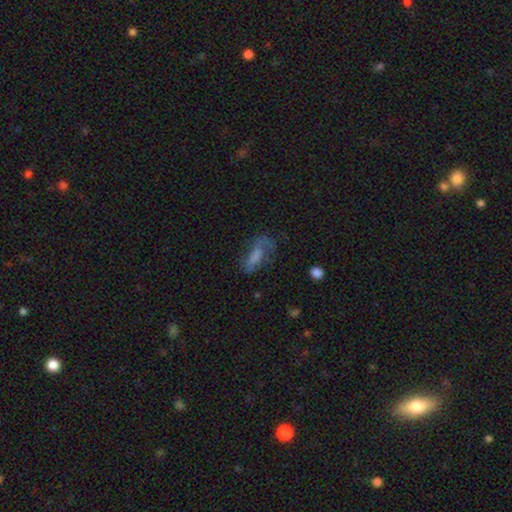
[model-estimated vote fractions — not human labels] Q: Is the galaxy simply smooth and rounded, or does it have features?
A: smooth — 52%.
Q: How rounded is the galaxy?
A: in between — 63%.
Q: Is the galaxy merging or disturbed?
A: none — 44%.